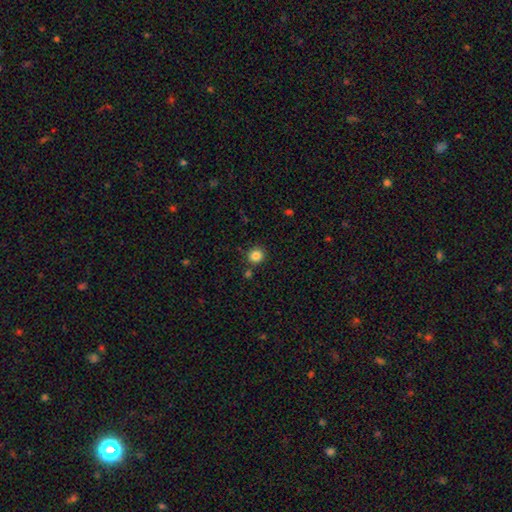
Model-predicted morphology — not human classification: Smooth or featured: smooth — 84% (star or artifact — 11%)
How rounded: round — 89% (in between — 10%)
Merging: none — 84% (minor disturbance — 8%)